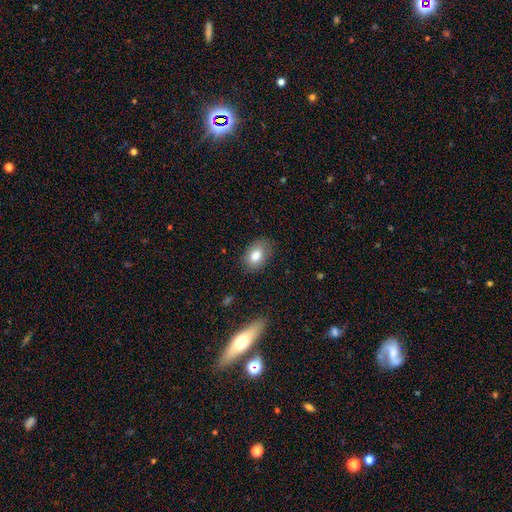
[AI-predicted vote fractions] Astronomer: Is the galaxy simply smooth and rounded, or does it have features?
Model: smooth — 81%.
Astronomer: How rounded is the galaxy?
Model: in between — 81%.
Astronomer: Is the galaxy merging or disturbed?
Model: none — 81%.